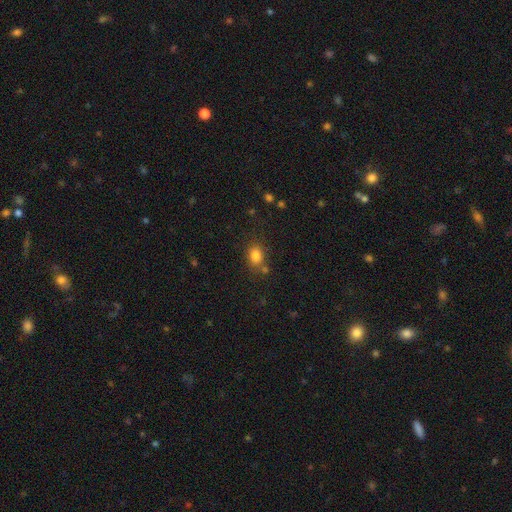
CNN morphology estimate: smooth 83%, star or artifact 11%, featured or disk 6%. Down the decision tree: how rounded — in between (59%); merging — none (70%).